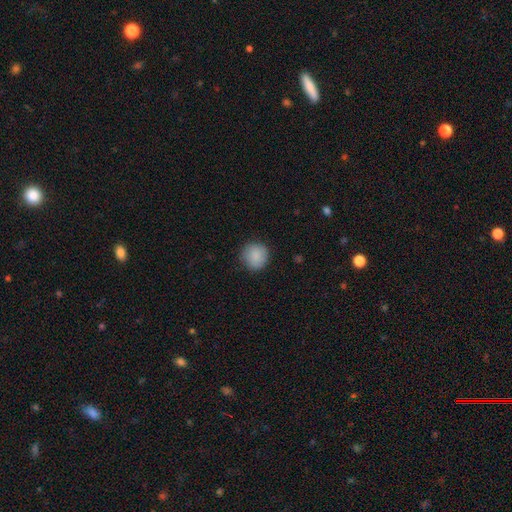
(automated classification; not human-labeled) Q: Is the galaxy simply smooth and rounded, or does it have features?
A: smooth — 88%.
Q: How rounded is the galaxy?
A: round — 93%.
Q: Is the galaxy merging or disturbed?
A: none — 88%.